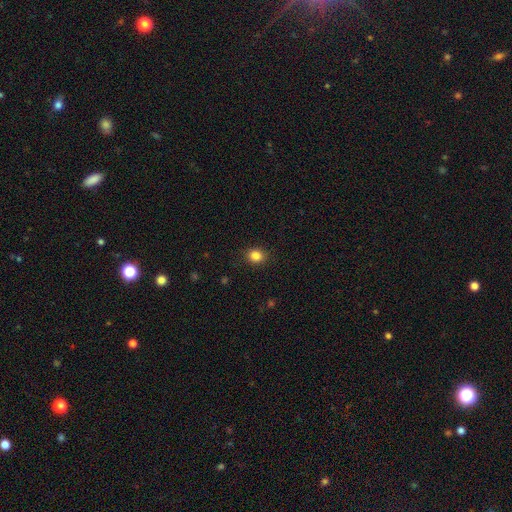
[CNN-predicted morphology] Q: Smooth or featured?
A: smooth (85%); runner-up: star or artifact (11%)
Q: How rounded?
A: round (68%); runner-up: in between (31%)
Q: Merging?
A: none (89%); runner-up: minor disturbance (8%)